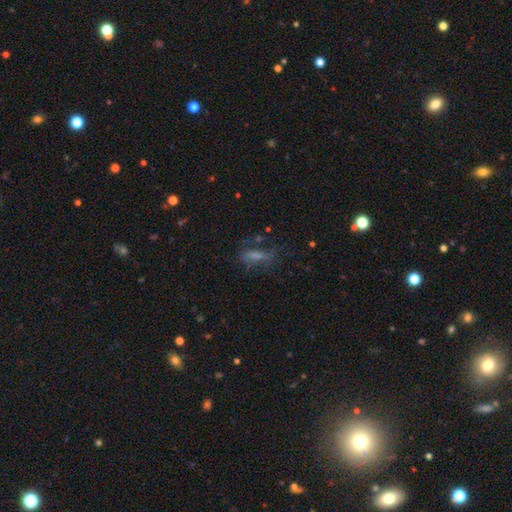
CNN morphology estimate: type=smooth (44%); merging=none (59%).